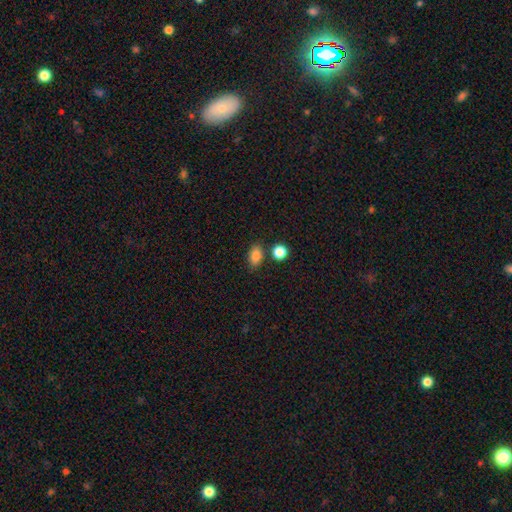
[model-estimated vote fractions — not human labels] The model was most divided on "how rounded": in between: 79%, round: 19%, cigar-shaped: 2%. More confident: smooth or featured — smooth (85%); merging — none (77%).